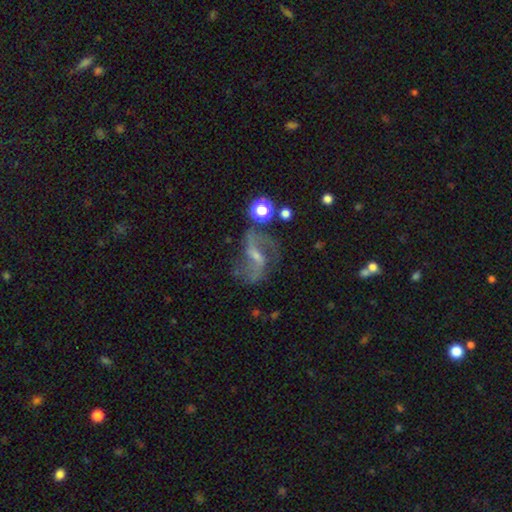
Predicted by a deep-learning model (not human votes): Q: Smooth or featured?
A: featured or disk (81%); runner-up: smooth (10%)
Q: Edge-on disk?
A: no (96%); runner-up: yes (4%)
Q: Bar?
A: weak (49%); runner-up: strong (31%)
Q: Spiral arms?
A: yes (92%); runner-up: no (8%)
Q: Spiral winding?
A: loose (64%); runner-up: medium (29%)
Q: Spiral arm count?
A: 2 (87%); runner-up: can't tell (5%)
Q: Bulge size?
A: small (56%); runner-up: moderate (25%)
Q: Merging?
A: none (57%); runner-up: major disturbance (19%)